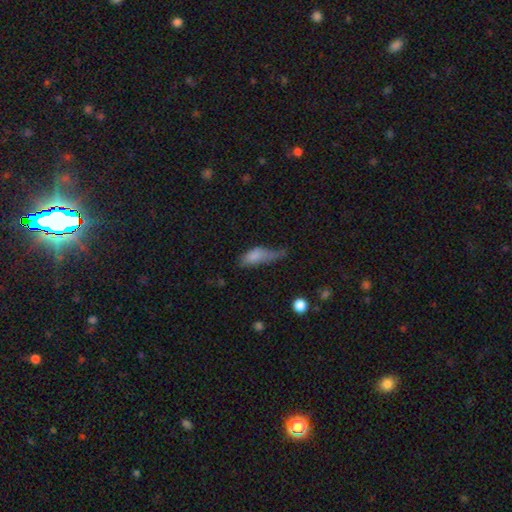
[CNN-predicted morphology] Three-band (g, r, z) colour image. It shows a smooth galaxy with no disk features (72%) that is in between round and cigar-shaped (72%). Merging: major disturbance (43%).